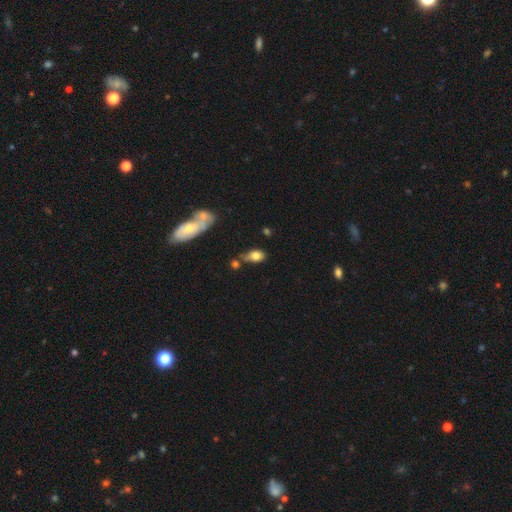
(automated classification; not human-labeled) Overall: smooth (78%). How rounded: in between (80%). Merging: none (42%; minor disturbance 26%).